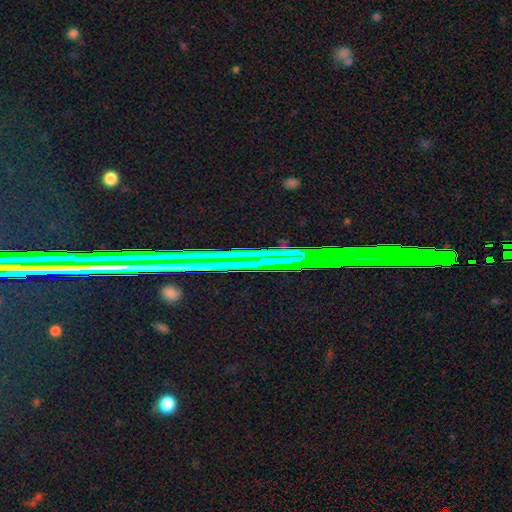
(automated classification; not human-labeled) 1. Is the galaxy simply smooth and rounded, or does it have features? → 69% star or artifact, 19% featured or disk, 12% smooth.